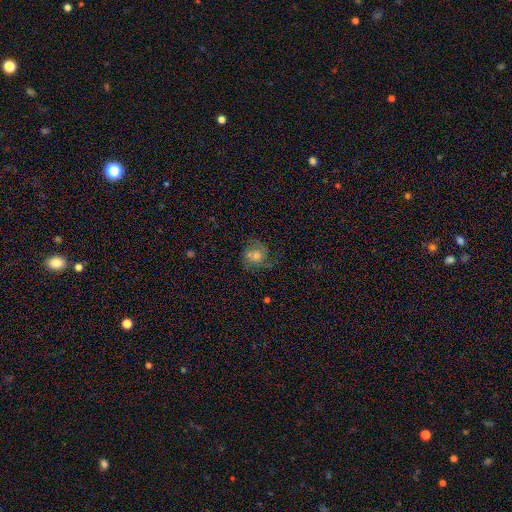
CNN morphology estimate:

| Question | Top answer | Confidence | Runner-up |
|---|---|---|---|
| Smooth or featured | featured or disk | 52% | smooth (33%) |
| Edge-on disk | no | 97% | yes (3%) |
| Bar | no | 75% | weak (21%) |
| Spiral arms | yes | 86% | no (14%) |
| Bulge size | moderate | 52% | small (27%) |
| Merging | none | 65% | minor disturbance (18%) |